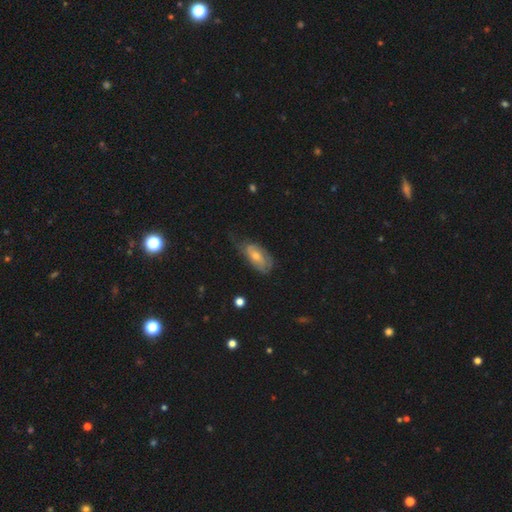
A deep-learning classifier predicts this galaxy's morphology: Overall: featured or disk (51%; smooth 39%). Edge-on disk: no (88%). Merging: none (47%; minor disturbance 35%).